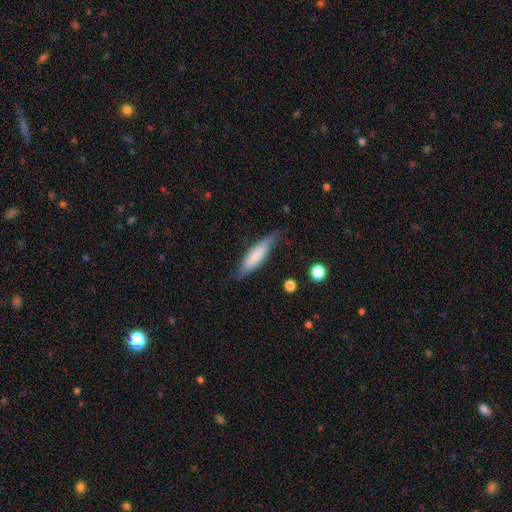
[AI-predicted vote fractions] smooth 71%, featured or disk 23%, star or artifact 6%. Down the decision tree: how rounded — cigar-shaped (71%); merging — none (71%).